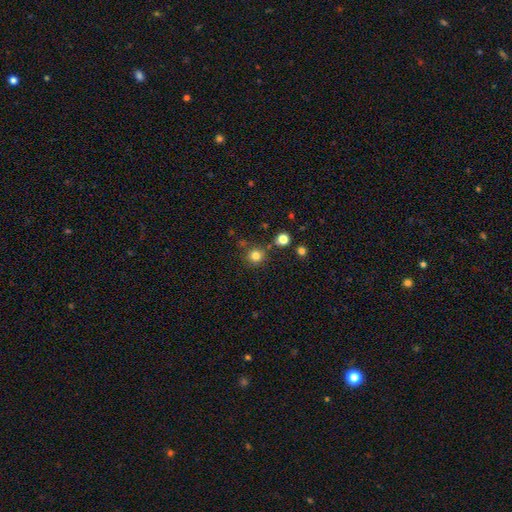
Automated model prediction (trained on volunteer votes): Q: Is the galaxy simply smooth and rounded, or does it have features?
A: smooth — 80%.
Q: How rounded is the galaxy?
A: round — 93%.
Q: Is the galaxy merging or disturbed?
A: none — 81%.